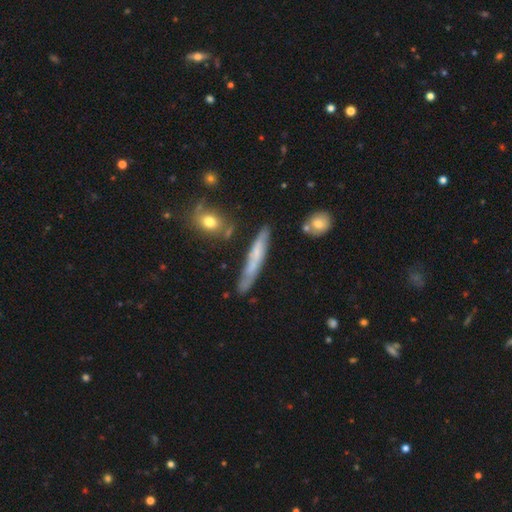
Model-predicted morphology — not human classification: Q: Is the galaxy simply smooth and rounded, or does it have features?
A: featured or disk — 48%.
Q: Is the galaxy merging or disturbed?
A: none — 70%.